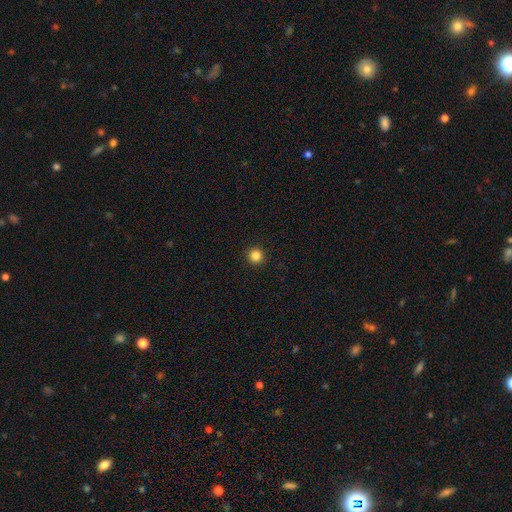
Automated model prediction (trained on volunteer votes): This appears to be a smooth galaxy with no disk features (84%) that is round (96%). Merging: none (94%).